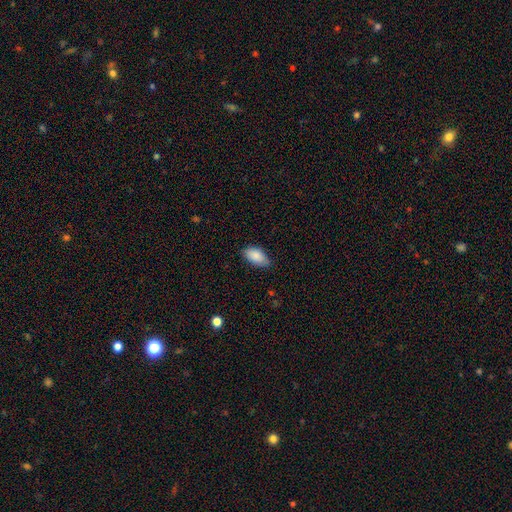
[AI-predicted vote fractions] Q: Smooth or featured?
A: smooth (87%); runner-up: featured or disk (7%)
Q: How rounded?
A: in between (93%); runner-up: round (3%)
Q: Merging?
A: none (73%); runner-up: minor disturbance (22%)